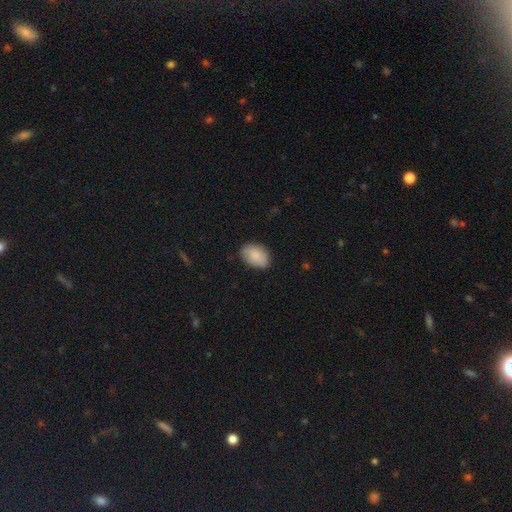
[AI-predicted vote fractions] A smooth galaxy with no disk features (88%) that is in between round and cigar-shaped (83%). Merging: none (79%).